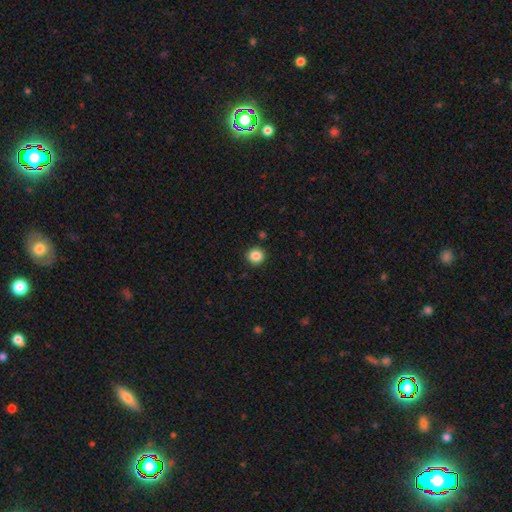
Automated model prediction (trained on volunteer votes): Smooth or featured? smooth (86%)
How rounded? round (90%)
Merging? none (91%)